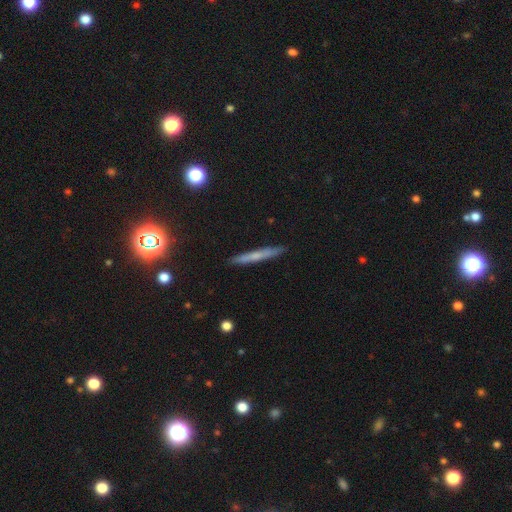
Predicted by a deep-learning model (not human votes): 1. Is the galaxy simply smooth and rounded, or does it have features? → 50% smooth, 41% featured or disk, 9% star or artifact.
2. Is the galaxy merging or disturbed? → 90% none, 7% minor disturbance, 1% major disturbance, 1% merger.